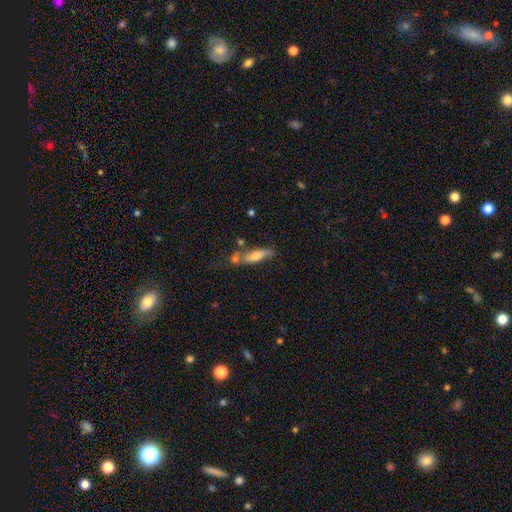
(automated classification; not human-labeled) Overall: smooth (59%; featured or disk 33%). How rounded: cigar-shaped (53%; in between 44%). Merging: none (49%; merger 21%).